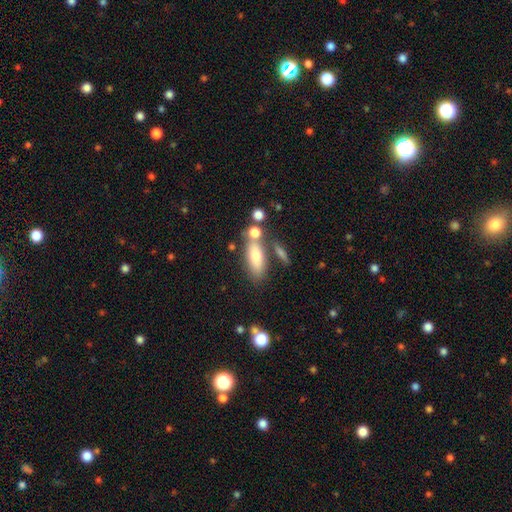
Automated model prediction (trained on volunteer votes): The model was most divided on "merging": none: 56%, merger: 23%, minor disturbance: 15%, major disturbance: 6%. More confident: smooth or featured — smooth (76%); how rounded — in between (72%).